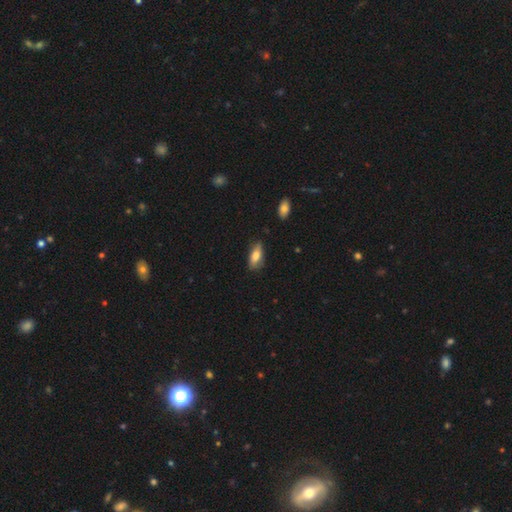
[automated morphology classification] smooth-or-featured: smooth: 80% | featured or disk: 14% | star or artifact: 7%
  how-rounded: in between: 83% | cigar-shaped: 15% | round: 3%
  merging: none: 70% | minor disturbance: 24% | major disturbance: 4% | merger: 2%